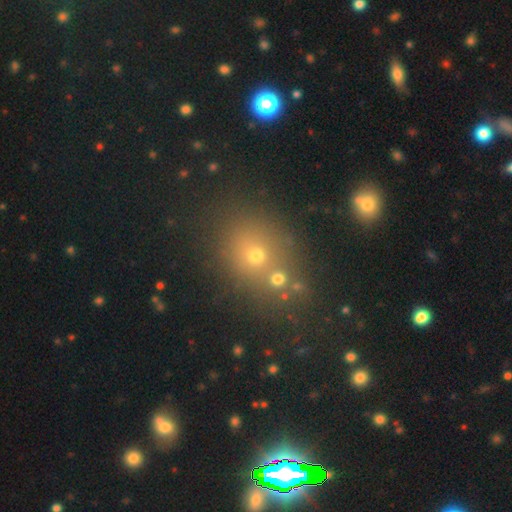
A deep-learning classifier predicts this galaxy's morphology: This appears to be a smooth galaxy with no disk features (56%) that is round (71%). Merging: none (67%).